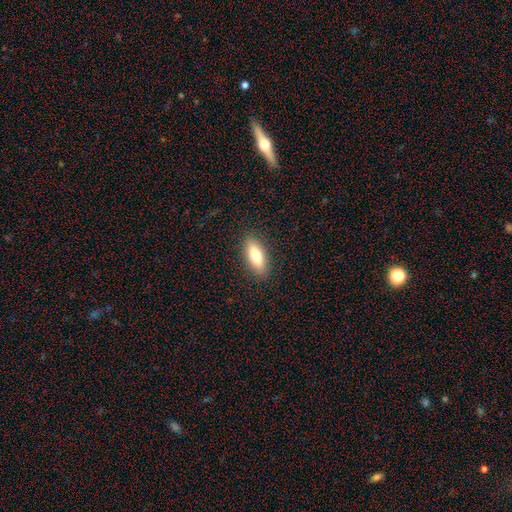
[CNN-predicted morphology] This appears to be a smooth galaxy with no disk features (72%) that is in between round and cigar-shaped (68%). Merging: none (88%).